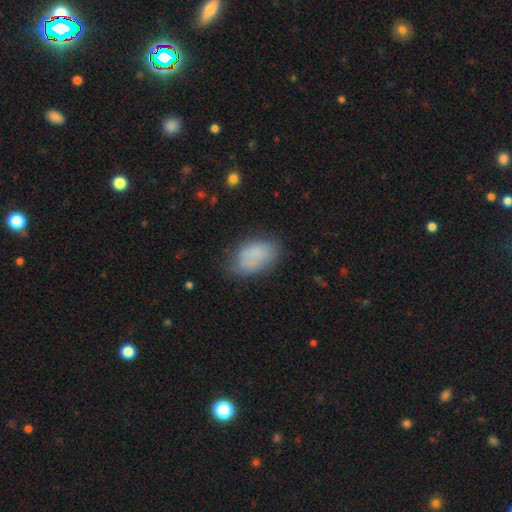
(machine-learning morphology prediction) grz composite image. It shows a smooth galaxy with no disk features (80%) that is in between round and cigar-shaped (91%). Merging: none (63%).